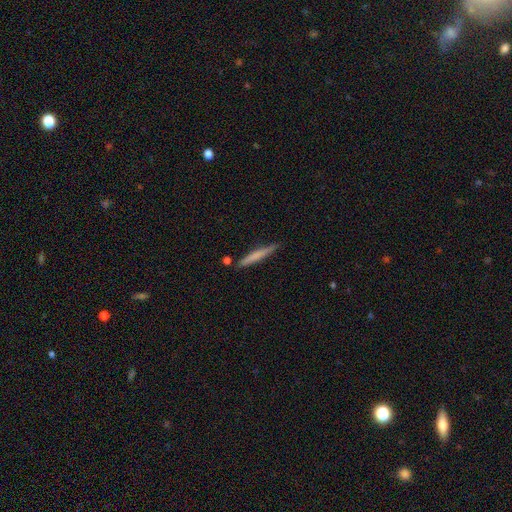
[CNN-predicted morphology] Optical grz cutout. It shows a smooth galaxy with no disk features (64%) that is cigar-shaped (95%). Merging: none (82%).